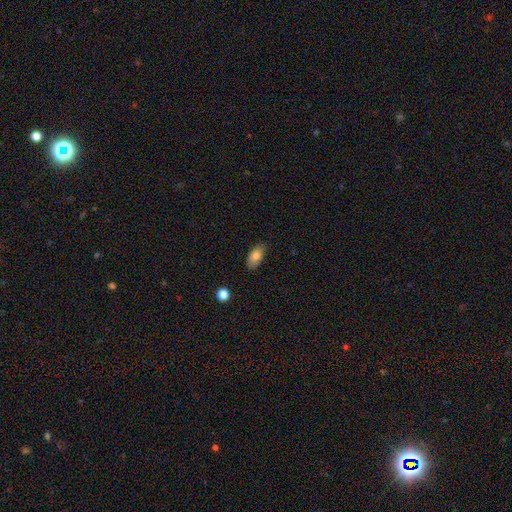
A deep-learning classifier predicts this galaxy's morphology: A smooth galaxy with no disk features (80%) that is in between round and cigar-shaped (91%). Merging: none (80%).